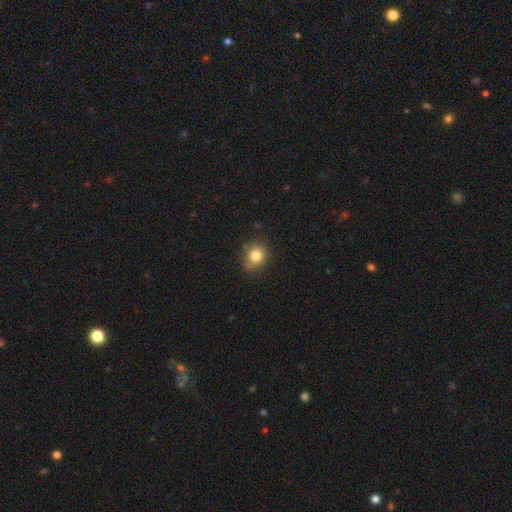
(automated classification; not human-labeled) smooth-or-featured: smooth: 81% | star or artifact: 11% | featured or disk: 9%
  how-rounded: round: 70% | in between: 29% | cigar-shaped: 1%
  merging: none: 75% | minor disturbance: 19% | major disturbance: 4% | merger: 2%